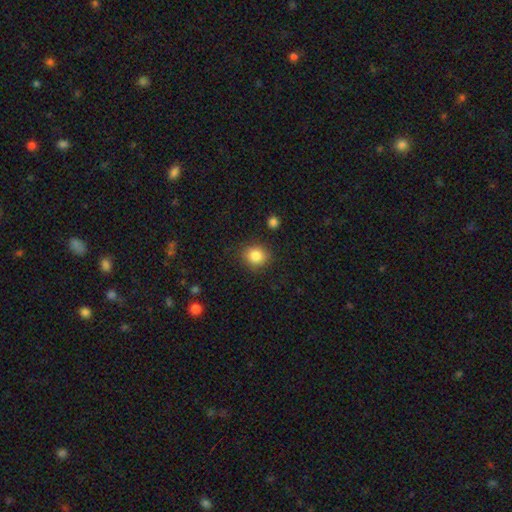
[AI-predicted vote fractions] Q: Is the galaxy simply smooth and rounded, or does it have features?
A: smooth — 85%.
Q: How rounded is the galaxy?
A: round — 78%.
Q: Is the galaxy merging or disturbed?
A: none — 86%.